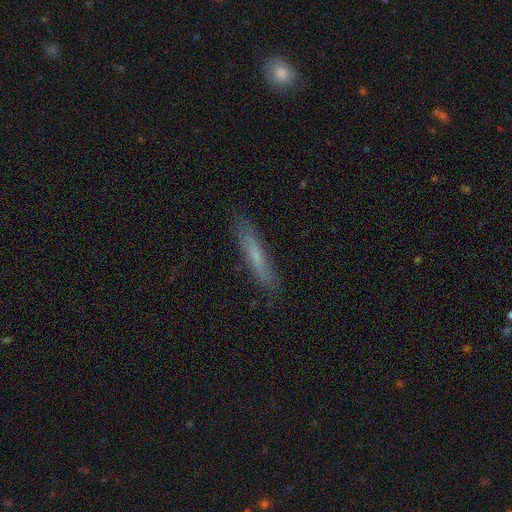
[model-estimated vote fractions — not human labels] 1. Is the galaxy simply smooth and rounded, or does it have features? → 62% smooth, 31% featured or disk, 8% star or artifact.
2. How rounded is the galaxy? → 92% cigar-shaped, 7% in between, 1% round.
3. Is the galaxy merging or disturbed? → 86% none, 11% minor disturbance, 2% major disturbance, 1% merger.